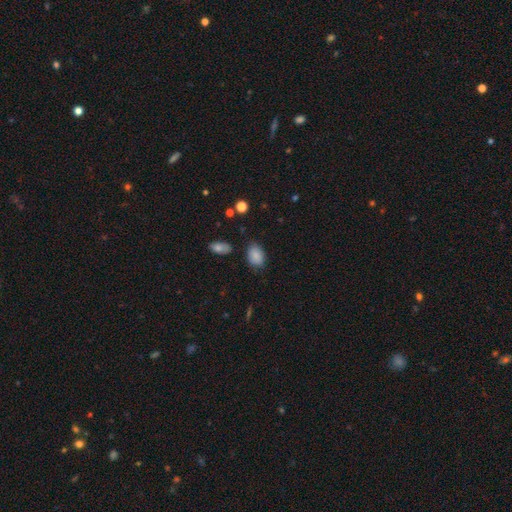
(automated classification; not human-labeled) Smooth or featured? smooth (85%)
How rounded? in between (84%)
Merging? none (75%)